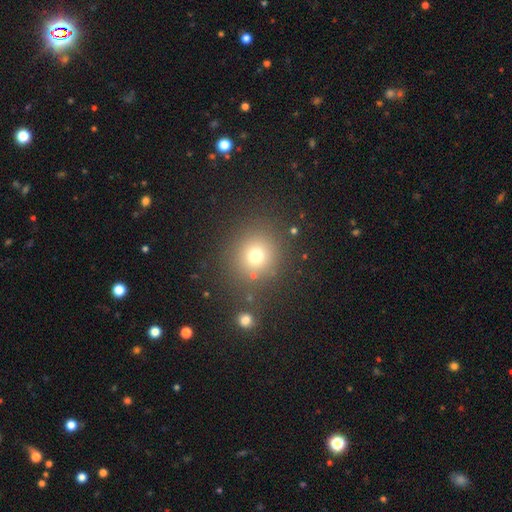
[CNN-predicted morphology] Overall: smooth (71%). How rounded: round (89%). Merging: none (82%).